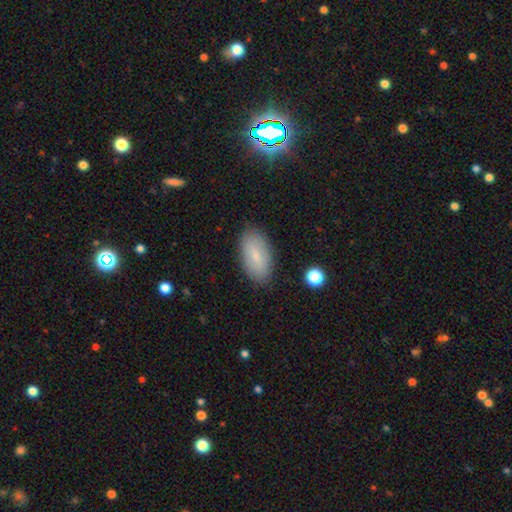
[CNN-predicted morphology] This is likely a smooth galaxy (76%). How rounded: clearly in between (93%). Merging: clearly none (86%).